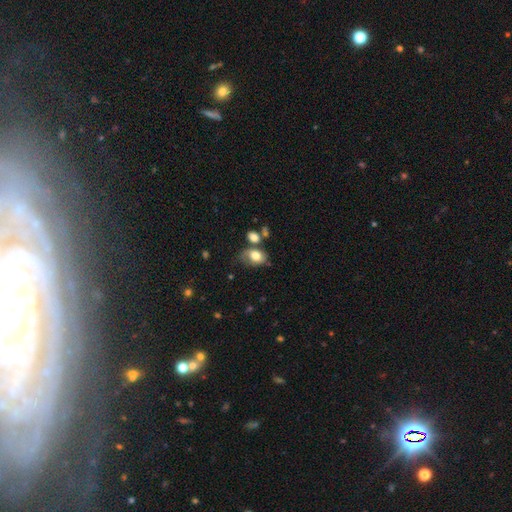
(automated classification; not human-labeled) A smooth galaxy with no disk features (73%) that is in between round and cigar-shaped (74%).

Vote fractions:
- Smooth or featured? smooth: 73% / featured or disk: 18% / star or artifact: 9%
- How rounded? in between: 74% / round: 25% / cigar-shaped: 1%
- Merging? none: 41% / minor disturbance: 27% / merger: 18% / major disturbance: 14%